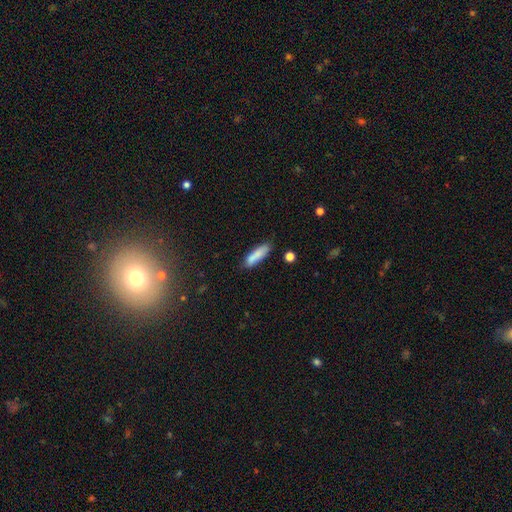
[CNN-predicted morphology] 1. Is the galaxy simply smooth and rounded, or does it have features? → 83% smooth, 10% featured or disk, 7% star or artifact.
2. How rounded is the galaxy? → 65% cigar-shaped, 34% in between, 2% round.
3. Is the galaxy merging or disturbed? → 74% none, 17% minor disturbance, 5% merger, 3% major disturbance.